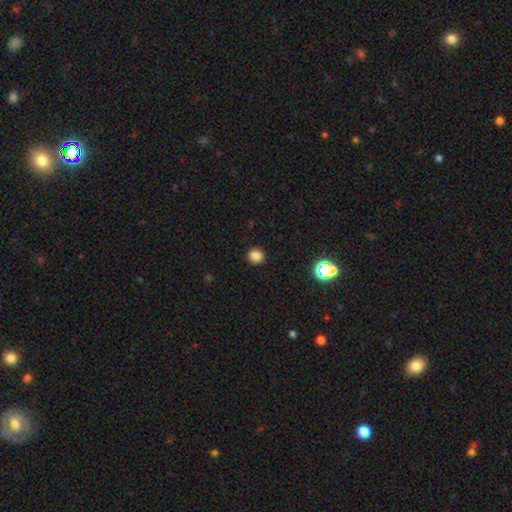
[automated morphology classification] Smooth or featured?
  - smooth: 82% *
  - star or artifact: 14%
  - featured or disk: 4%
How rounded?
  - round: 90% *
  - in between: 9%
  - cigar-shaped: 1%
Merging?
  - none: 92% *
  - minor disturbance: 5%
  - major disturbance: 2%
  - merger: 1%